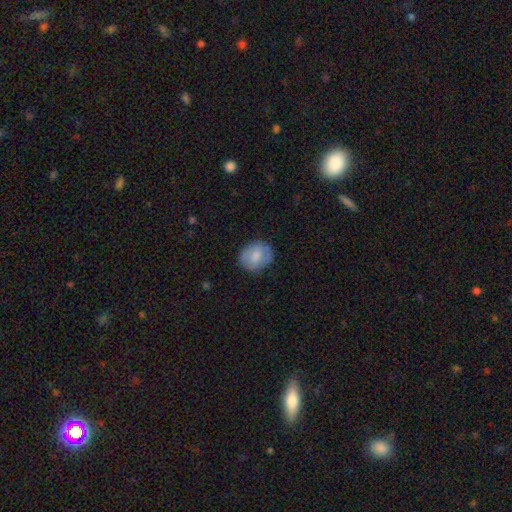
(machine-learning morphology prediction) Smooth or featured? smooth (72%)
How rounded? round (64%)
Merging? none (78%)